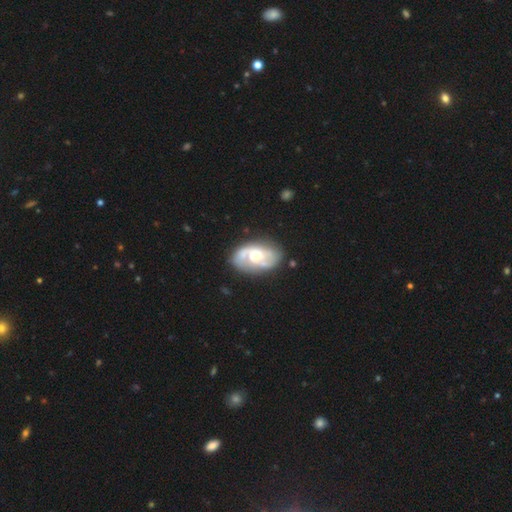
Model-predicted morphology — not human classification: Smooth or featured?
  - featured or disk: 75% *
  - smooth: 20%
  - star or artifact: 5%
Edge-on disk?
  - no: 96% *
  - yes: 4%
Bar?
  - no: 63% *
  - weak: 30%
  - strong: 7%
Spiral arms?
  - yes: 85% *
  - no: 15%
Spiral winding?
  - medium: 44% *
  - tight: 32%
  - loose: 24%
Spiral arm count?
  - 2: 67% *
  - can't tell: 17%
  - 1: 7%
  - 3: 5%
  - 4: 2%
  - more than 4: 2%
Bulge size?
  - moderate: 53% *
  - small: 32%
  - large: 10%
  - none: 3%
  - dominant: 1%
Merging?
  - none: 66% *
  - minor disturbance: 20%
  - major disturbance: 9%
  - merger: 5%